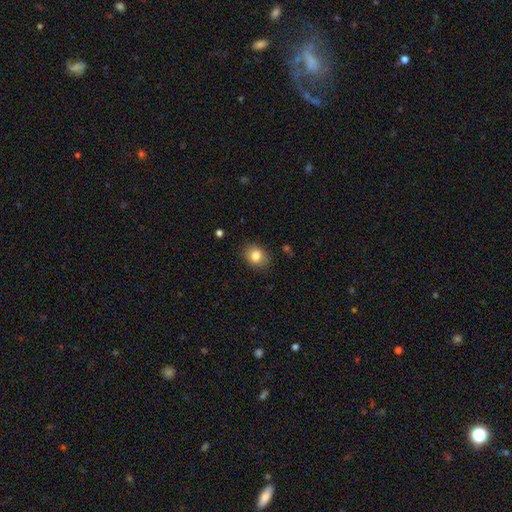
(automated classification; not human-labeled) Smooth or featured? smooth (82%)
How rounded? round (52%)
Merging? none (85%)